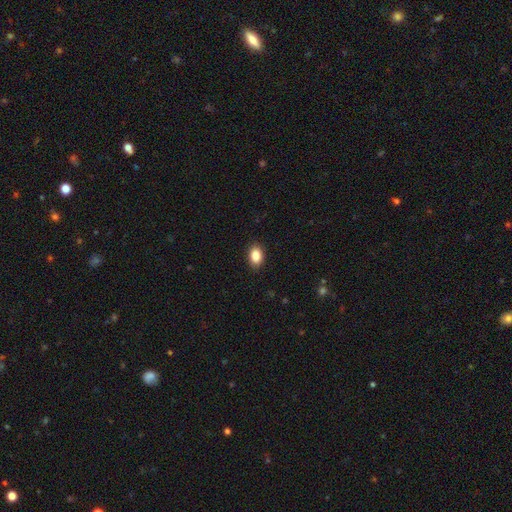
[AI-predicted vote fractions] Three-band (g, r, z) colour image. It shows a smooth galaxy with no disk features (87%) that is in between round and cigar-shaped (84%). Merging: none (89%).